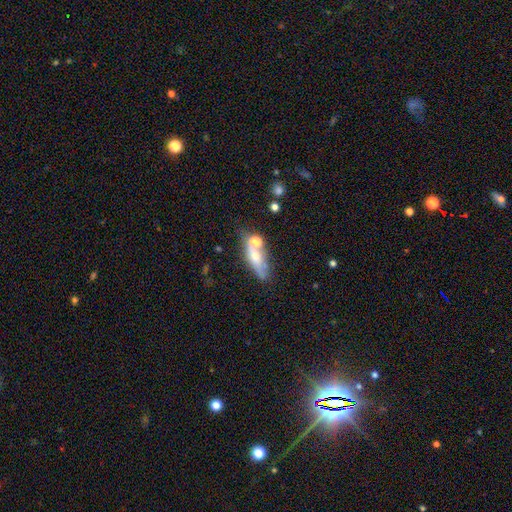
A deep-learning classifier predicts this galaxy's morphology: Smooth or featured: smooth — 55% (featured or disk — 34%)
How rounded: in between — 57% (cigar-shaped — 33%)
Merging: none — 51% (merger — 23%)